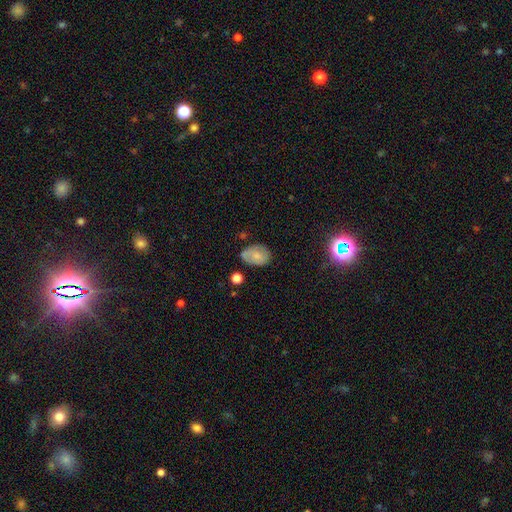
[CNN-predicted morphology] A smooth galaxy with no disk features (67%) that is in between round and cigar-shaped (77%). Merging: none (63%).